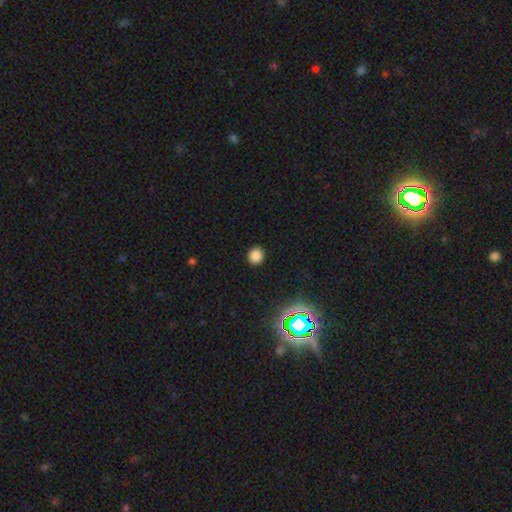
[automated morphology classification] Smooth or featured? smooth (82%)
How rounded? round (90%)
Merging? none (91%)